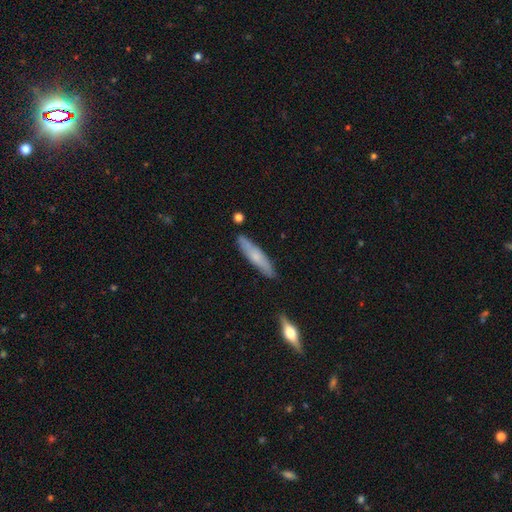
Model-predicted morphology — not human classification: Smooth or featured: smooth — 60% (featured or disk — 34%)
How rounded: cigar-shaped — 83% (in between — 15%)
Merging: none — 83% (minor disturbance — 12%)